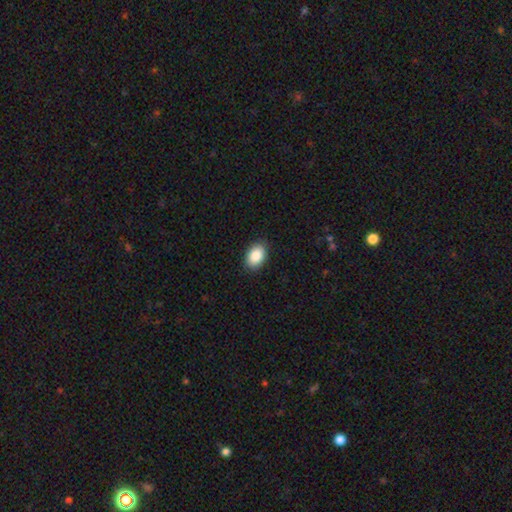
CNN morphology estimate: smooth-or-featured: smooth: 88% | star or artifact: 7% | featured or disk: 5%
  how-rounded: in between: 86% | round: 13% | cigar-shaped: 1%
  merging: none: 88% | minor disturbance: 9% | major disturbance: 2% | merger: 1%